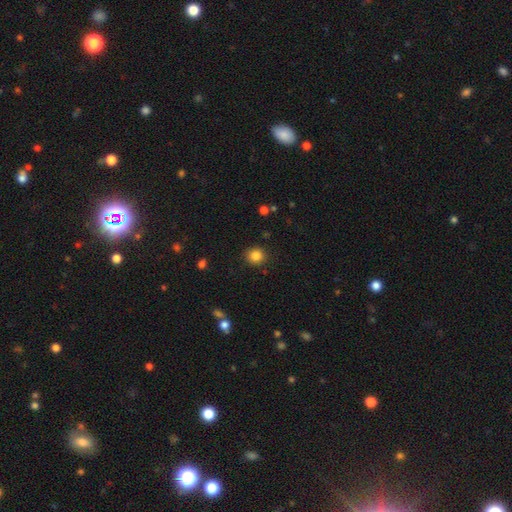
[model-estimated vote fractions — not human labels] Q: Smooth or featured?
A: smooth (84%); runner-up: star or artifact (11%)
Q: How rounded?
A: round (87%); runner-up: in between (12%)
Q: Merging?
A: none (89%); runner-up: minor disturbance (7%)